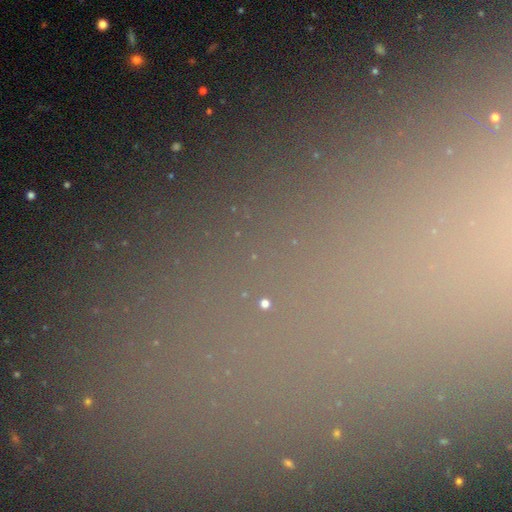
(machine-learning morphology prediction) smooth-or-featured: star or artifact: 69% | smooth: 19% | featured or disk: 12%